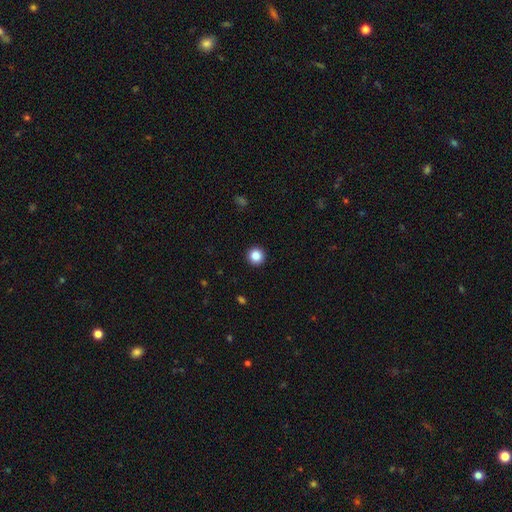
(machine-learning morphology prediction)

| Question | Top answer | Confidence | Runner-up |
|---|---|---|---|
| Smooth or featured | smooth | 87% | star or artifact (10%) |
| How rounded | round | 96% | in between (3%) |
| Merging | none | 94% | minor disturbance (4%) |